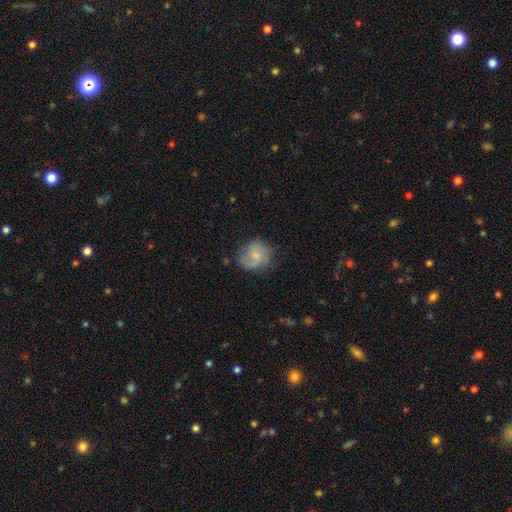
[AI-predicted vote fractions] Morphology: type=smooth (48%); merging=none (66%).